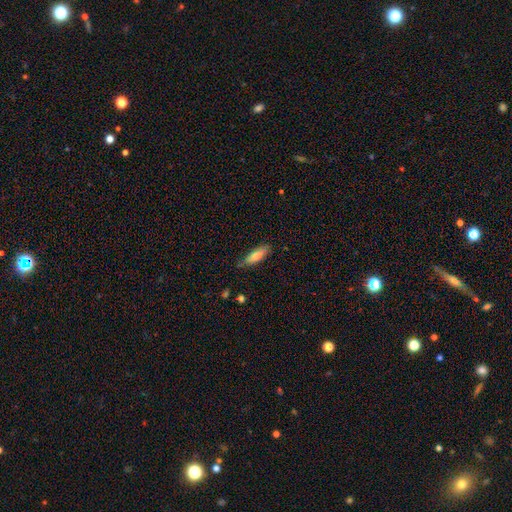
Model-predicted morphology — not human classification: Smooth or featured? Predicted: smooth (p=0.81). How rounded? Predicted: in between (p=0.50). Merging? Predicted: none (p=0.71).